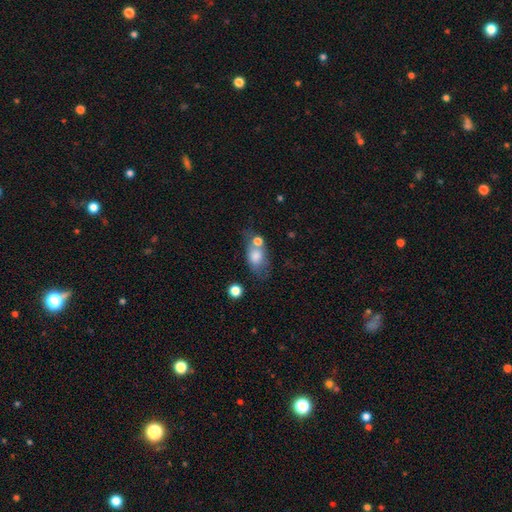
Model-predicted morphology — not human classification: Smooth or featured: smooth — 72% (featured or disk — 20%)
How rounded: in between — 81% (round — 14%)
Merging: none — 42% (merger — 26%)